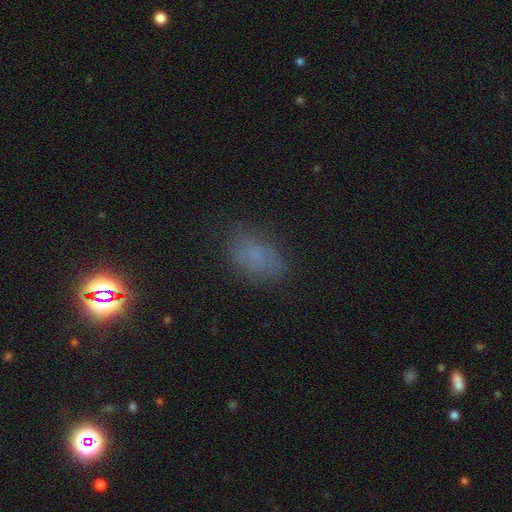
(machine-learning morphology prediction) The model was most divided on "smooth or featured": smooth: 65%, star or artifact: 22%, featured or disk: 13%. More confident: how rounded — in between (83%); merging — none (72%).